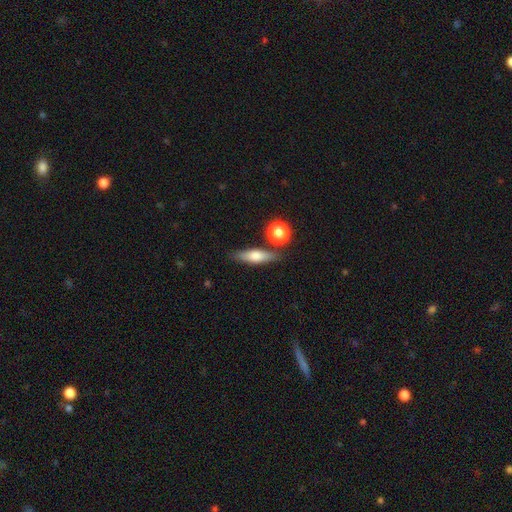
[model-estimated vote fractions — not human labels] smooth 58%, featured or disk 34%, star or artifact 8%. Down the decision tree: how rounded — cigar-shaped (58%); merging — none (79%).